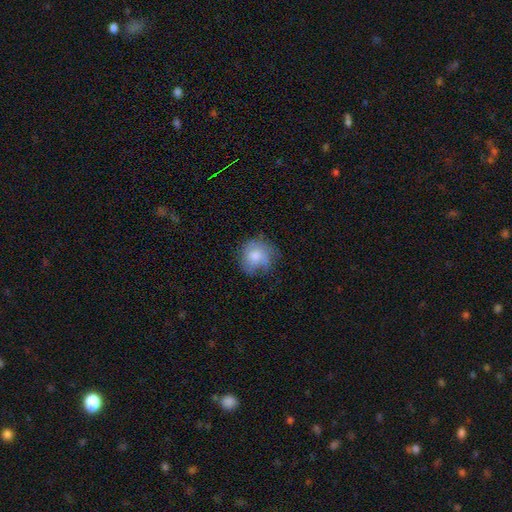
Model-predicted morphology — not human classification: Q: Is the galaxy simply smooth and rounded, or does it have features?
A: smooth — 70%.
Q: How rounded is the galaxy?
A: round — 82%.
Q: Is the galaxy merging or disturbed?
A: none — 59%.